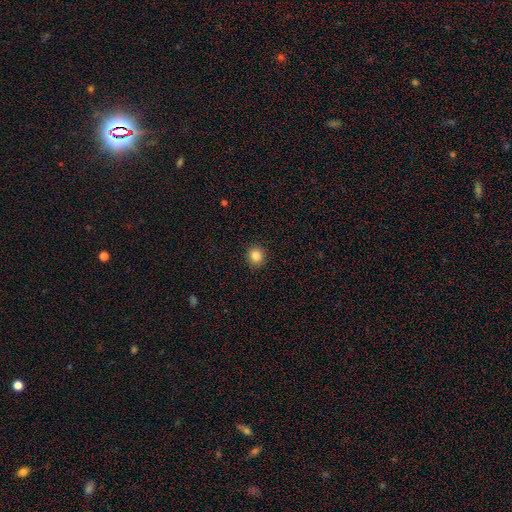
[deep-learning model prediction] Smooth or featured? smooth (84%)
How rounded? round (87%)
Merging? none (91%)